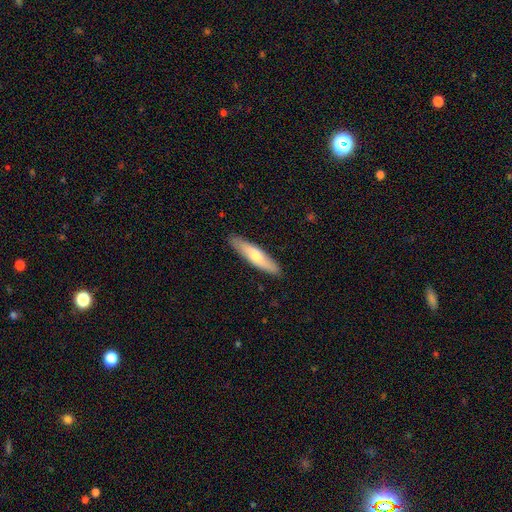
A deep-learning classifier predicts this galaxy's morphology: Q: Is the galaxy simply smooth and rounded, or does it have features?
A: smooth — 66%.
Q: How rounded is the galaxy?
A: cigar-shaped — 80%.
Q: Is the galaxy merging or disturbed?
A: none — 89%.